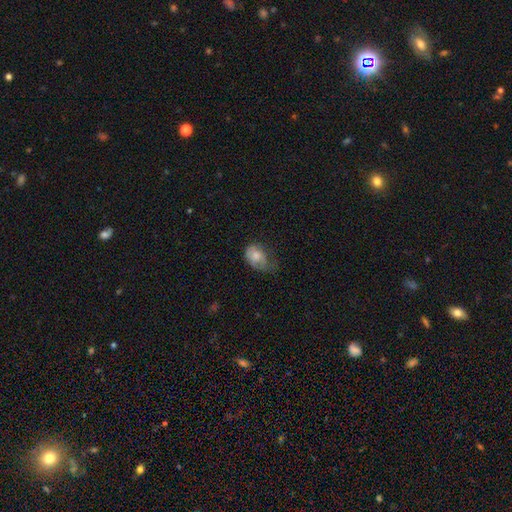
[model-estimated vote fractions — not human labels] Morphology: type=smooth (68%); roundness=in between (76%); merging=minor disturbance (38%).